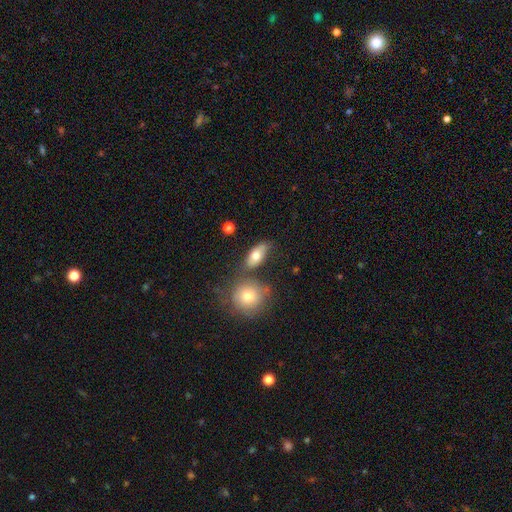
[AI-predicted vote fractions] Overall: smooth (74%). How rounded: in between (83%). Merging: none (64%).